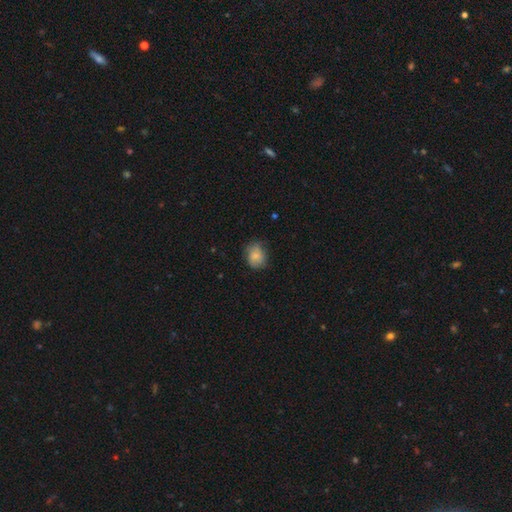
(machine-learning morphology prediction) smooth_or_featured: smooth (p=0.79) [alt: featured or disk p=0.13]
how_rounded: round (p=0.50) [alt: in between p=0.49]
merging: none (p=0.67) [alt: minor disturbance p=0.26]